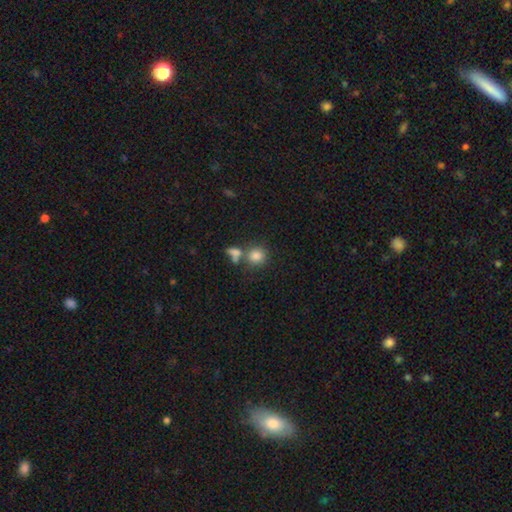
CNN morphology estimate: smooth 83%, star or artifact 10%, featured or disk 7%. Down the decision tree: how rounded — round (79%); merging — none (51%).